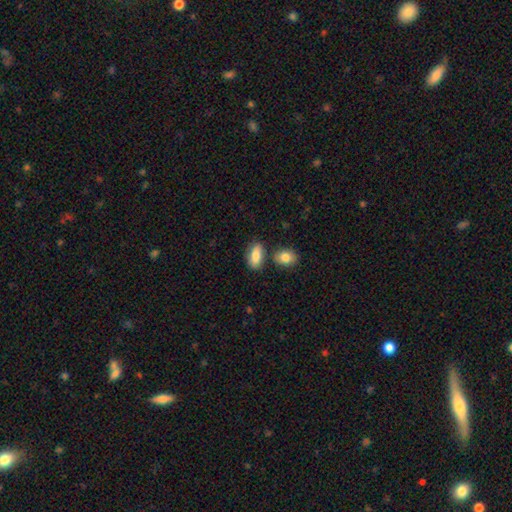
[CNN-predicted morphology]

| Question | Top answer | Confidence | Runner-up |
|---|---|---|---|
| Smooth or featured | smooth | 83% | featured or disk (11%) |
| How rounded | in between | 87% | cigar-shaped (9%) |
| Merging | none | 75% | minor disturbance (13%) |